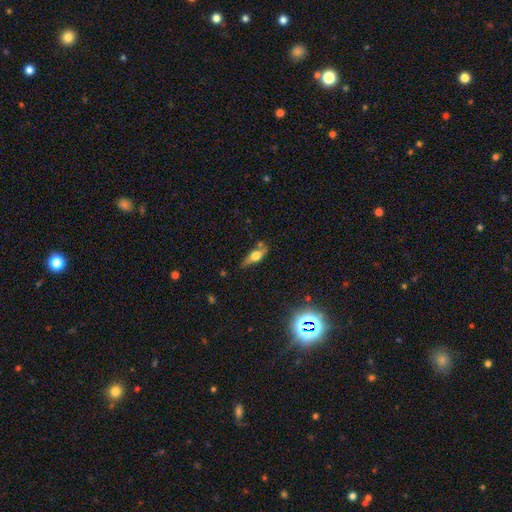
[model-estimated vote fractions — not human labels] Q: Smooth or featured?
A: featured or disk (47%); runner-up: smooth (44%)
Q: Merging?
A: none (68%); runner-up: minor disturbance (20%)